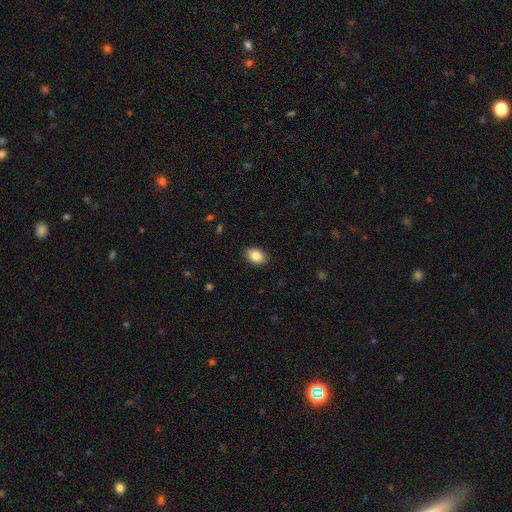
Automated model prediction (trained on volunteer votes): Smooth or featured? Predicted: smooth (p=0.84). How rounded? Predicted: in between (p=0.78). Merging? Predicted: none (p=0.89).